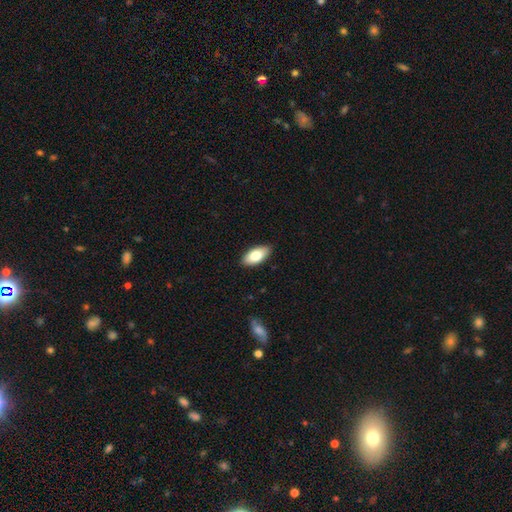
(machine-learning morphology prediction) This is likely a smooth galaxy (79%). How rounded: clearly in between (92%). Merging: clearly none (88%).